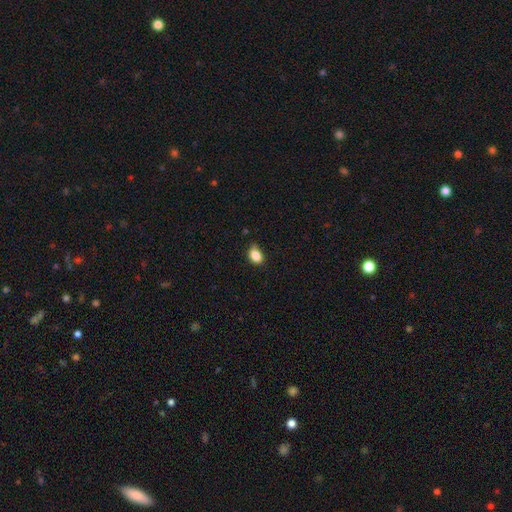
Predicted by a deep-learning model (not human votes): The model was most divided on "merging": none: 62%, minor disturbance: 31%, major disturbance: 5%, merger: 2%. More confident: smooth or featured — smooth (85%); how rounded — in between (73%).